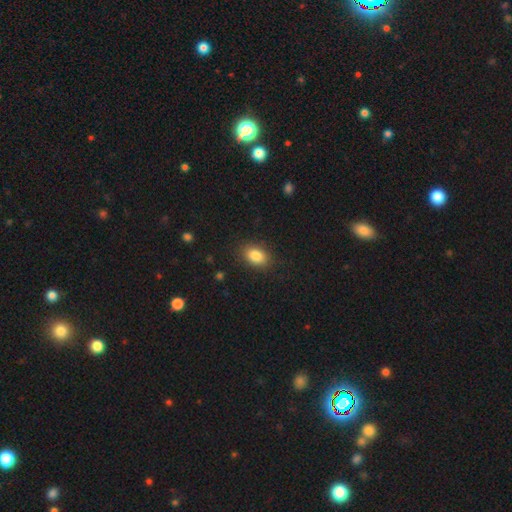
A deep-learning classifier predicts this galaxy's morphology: The model was most divided on "how rounded": in between: 83%, round: 16%, cigar-shaped: 1%. More confident: merging — none (86%); smooth or featured — smooth (86%).